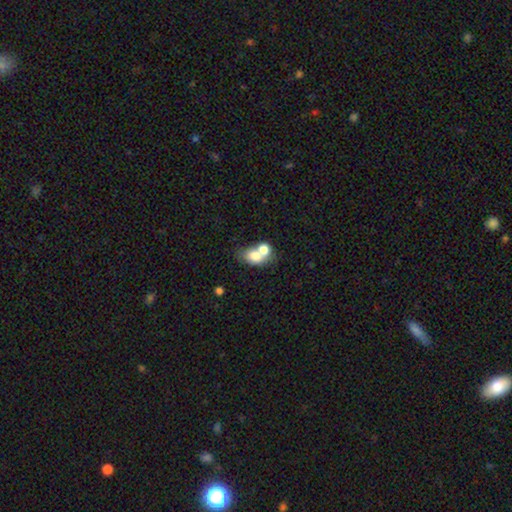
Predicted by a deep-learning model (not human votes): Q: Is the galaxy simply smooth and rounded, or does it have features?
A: smooth — 72%.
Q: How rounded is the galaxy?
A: in between — 68%.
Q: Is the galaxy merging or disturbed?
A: merger — 61%.